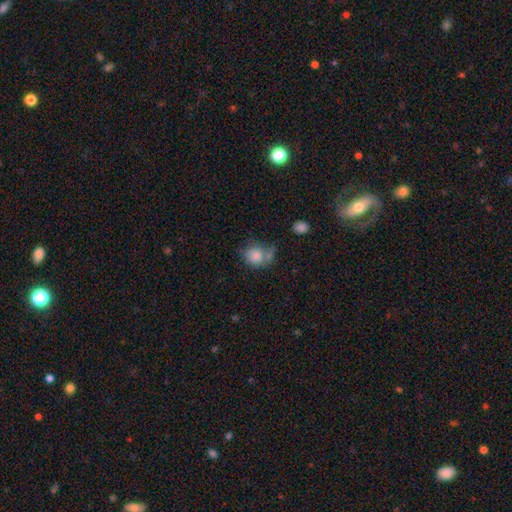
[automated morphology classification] Overall: smooth (82%). How rounded: round (72%). Merging: none (41%; merger 24%).